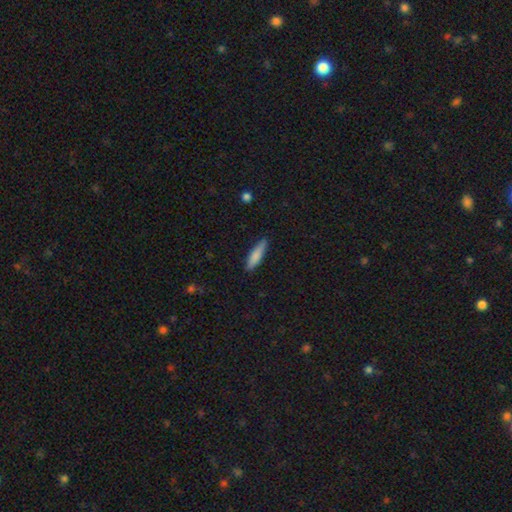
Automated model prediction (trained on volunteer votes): smooth_or_featured: smooth (p=0.81) [alt: featured or disk p=0.13]
how_rounded: cigar-shaped (p=0.75) [alt: in between p=0.24]
merging: none (p=0.85) [alt: minor disturbance p=0.12]